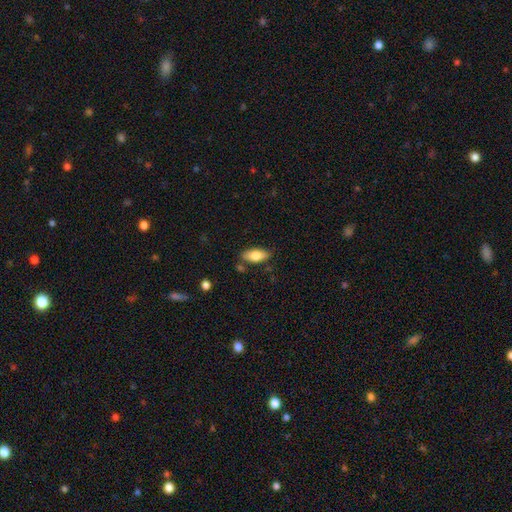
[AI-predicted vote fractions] Smooth or featured? Predicted: smooth (p=0.77). How rounded? Predicted: in between (p=0.86). Merging? Predicted: none (p=0.79).